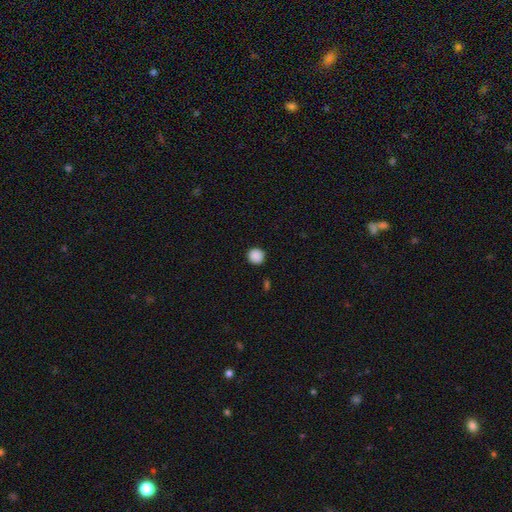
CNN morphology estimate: A smooth galaxy with no disk features (88%) that is round (93%). Merging: none (91%).